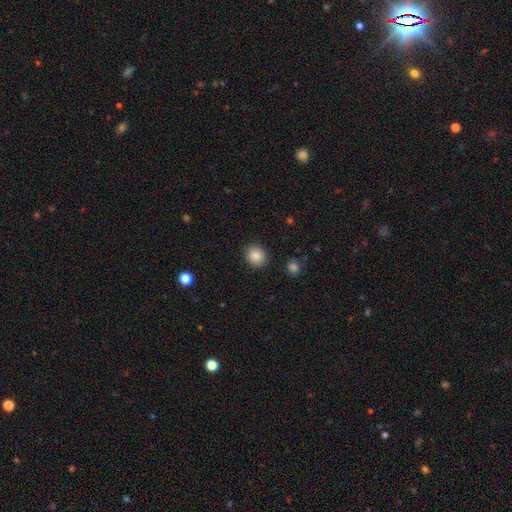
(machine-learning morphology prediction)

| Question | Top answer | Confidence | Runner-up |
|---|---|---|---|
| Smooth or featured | smooth | 87% | star or artifact (9%) |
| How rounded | round | 77% | in between (22%) |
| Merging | none | 90% | minor disturbance (6%) |